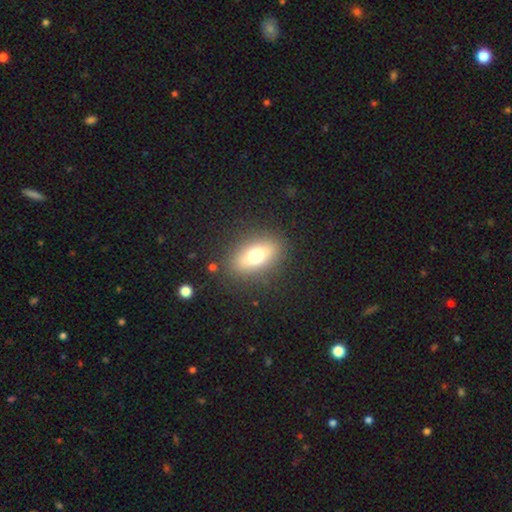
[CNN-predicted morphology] smooth-or-featured: smooth: 63% | featured or disk: 25% | star or artifact: 11%
  how-rounded: in between: 75% | round: 14% | cigar-shaped: 11%
  merging: none: 86% | minor disturbance: 9% | major disturbance: 4% | merger: 1%